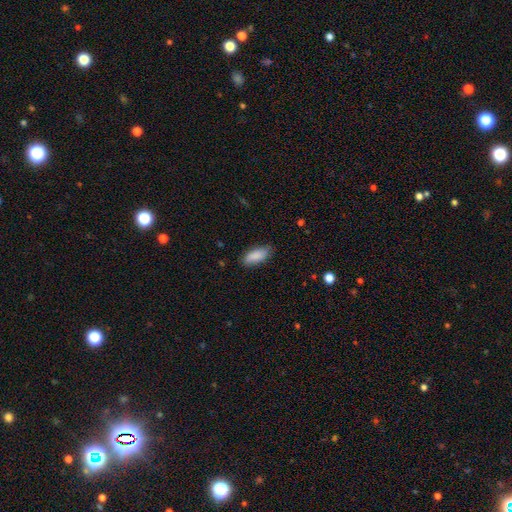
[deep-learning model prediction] Overall: smooth (87%). How rounded: in between (80%). Merging: none (78%).